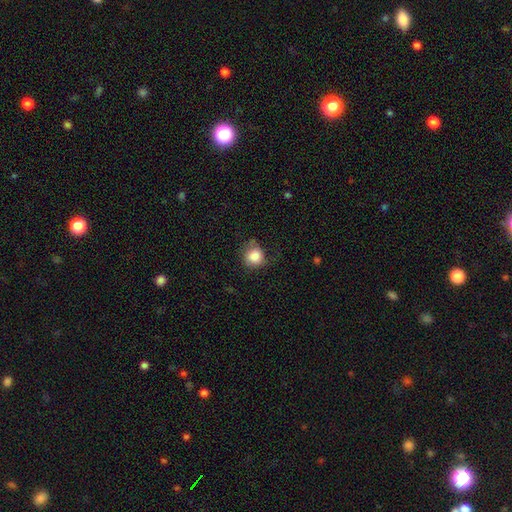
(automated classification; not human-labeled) Overall: smooth (85%). How rounded: round (81%). Merging: none (58%; minor disturbance 29%).